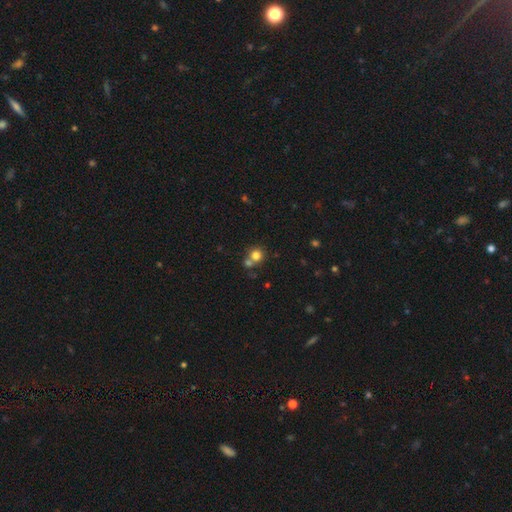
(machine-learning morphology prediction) The model was most divided on "merging": none: 55%, merger: 34%, minor disturbance: 7%, major disturbance: 3%. More confident: how rounded — round (90%); smooth or featured — smooth (78%).